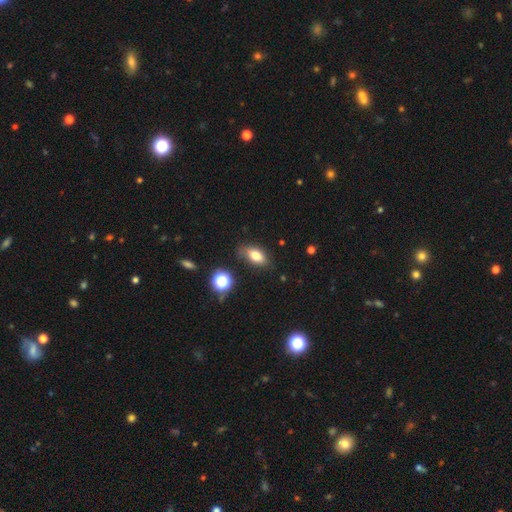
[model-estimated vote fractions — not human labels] smooth-or-featured: smooth: 77% | featured or disk: 13% | star or artifact: 11%
  how-rounded: in between: 85% | round: 8% | cigar-shaped: 7%
  merging: none: 72% | minor disturbance: 20% | major disturbance: 5% | merger: 3%